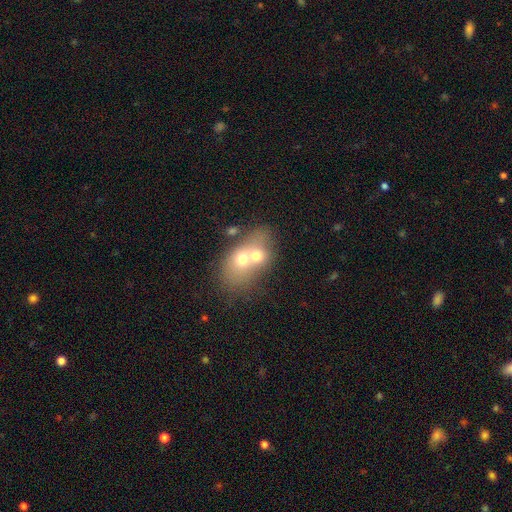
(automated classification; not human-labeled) smooth-or-featured: smooth: 58% | featured or disk: 31% | star or artifact: 10%
  how-rounded: in between: 60% | round: 38% | cigar-shaped: 2%
  merging: merger: 75% | none: 15% | minor disturbance: 6% | major disturbance: 4%